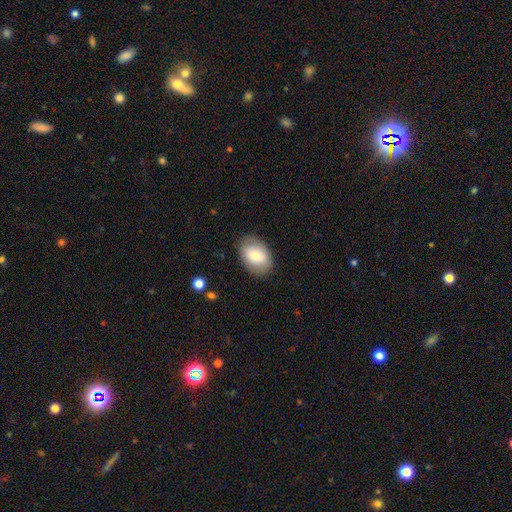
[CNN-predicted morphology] Overall: smooth (74%). How rounded: in between (83%). Merging: none (83%).